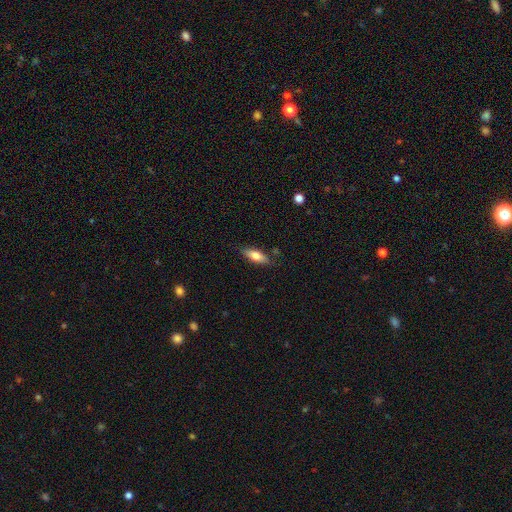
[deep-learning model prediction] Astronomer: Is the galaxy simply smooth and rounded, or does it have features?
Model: smooth — 70%.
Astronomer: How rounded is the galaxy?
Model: in between — 63%.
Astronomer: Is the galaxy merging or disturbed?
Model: none — 81%.